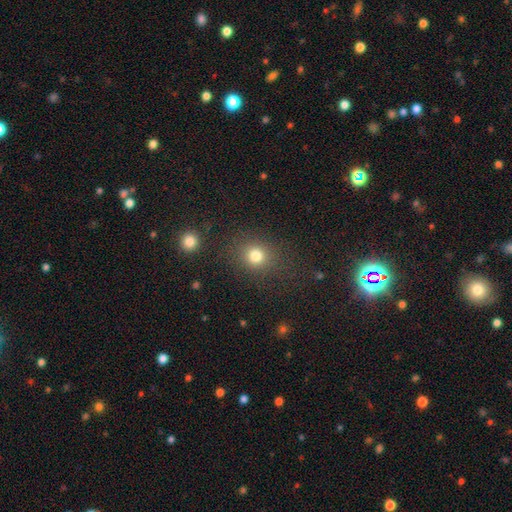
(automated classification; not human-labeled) A smooth galaxy with no disk features (80%) that is round (78%).

Vote fractions:
- Smooth or featured? smooth: 80% / star or artifact: 14% / featured or disk: 6%
- How rounded? round: 78% / in between: 21% / cigar-shaped: 1%
- Merging? none: 81% / minor disturbance: 10% / major disturbance: 5% / merger: 3%